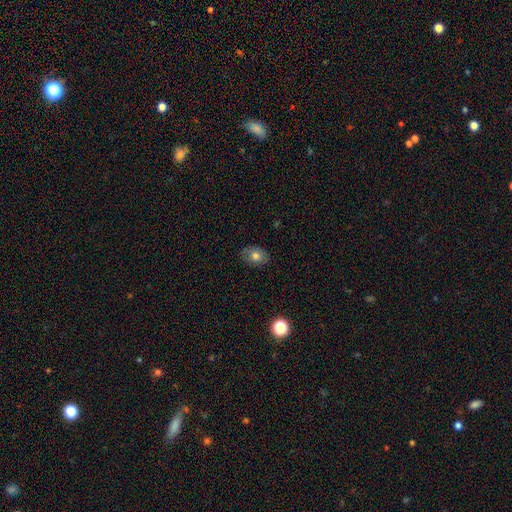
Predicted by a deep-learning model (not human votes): Smooth or featured?
  - smooth: 74% *
  - featured or disk: 16%
  - star or artifact: 10%
How rounded?
  - in between: 74% *
  - round: 25%
  - cigar-shaped: 1%
Merging?
  - none: 81% *
  - minor disturbance: 15%
  - major disturbance: 3%
  - merger: 1%